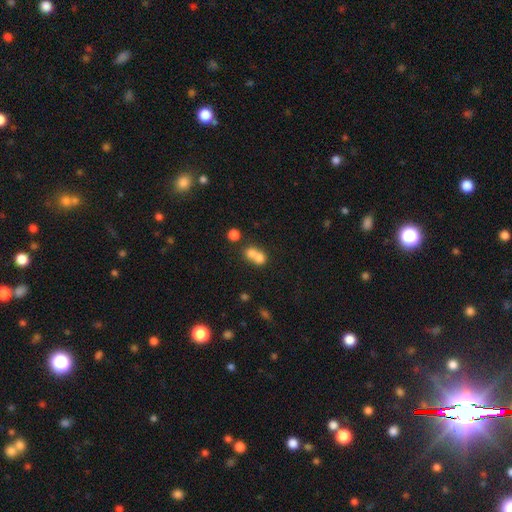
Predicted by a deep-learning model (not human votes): This is likely a smooth galaxy (71%). How rounded: likely round (70%). Merging: likely merger (67%).